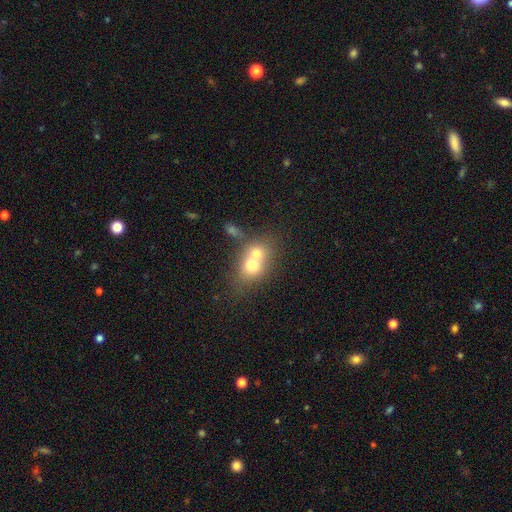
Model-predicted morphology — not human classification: smooth 64%, featured or disk 25%, star or artifact 12%. Down the decision tree: how rounded — round (57%); merging — merger (66%).